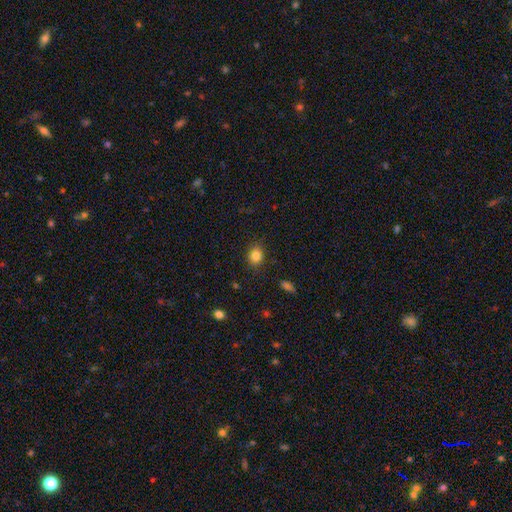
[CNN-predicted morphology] smooth-or-featured: smooth: 84% | star or artifact: 11% | featured or disk: 5%
  how-rounded: round: 59% | in between: 40% | cigar-shaped: 1%
  merging: none: 84% | minor disturbance: 12% | major disturbance: 3% | merger: 1%